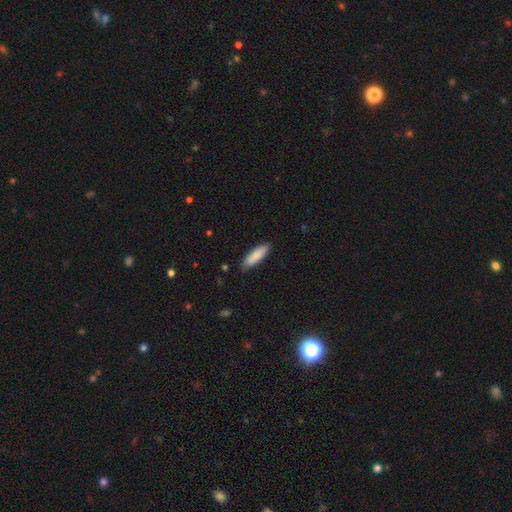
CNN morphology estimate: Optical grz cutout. It shows a smooth galaxy with no disk features (87%) that is cigar-shaped (53%). Merging: none (85%).